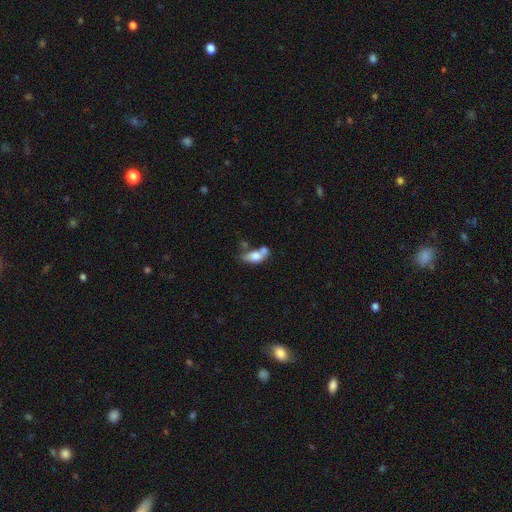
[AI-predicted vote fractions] The model was most divided on "merging": merger: 45%, none: 29%, minor disturbance: 16%, major disturbance: 10%. More confident: how rounded — in between (82%); smooth or featured — smooth (70%).